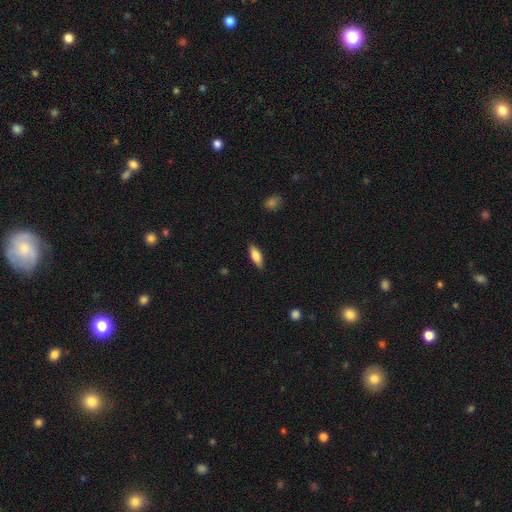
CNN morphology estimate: Smooth or featured? smooth (78%)
How rounded? in between (69%)
Merging? none (87%)